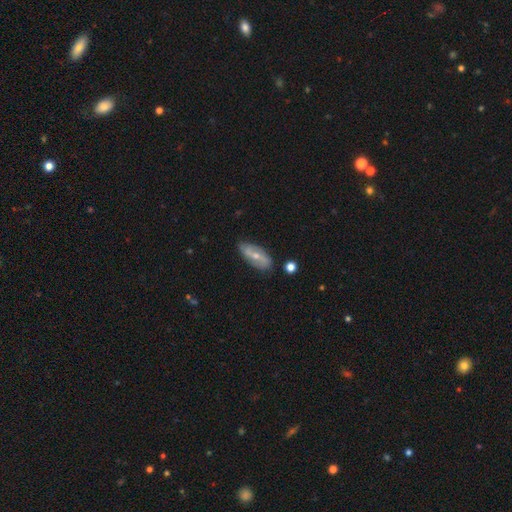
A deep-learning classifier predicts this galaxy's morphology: This is likely a featured or disk galaxy (62%). It is clearly not viewed edge-on (86%). Bar: marginally weak (38%). Spiral arm pattern: likely yes (75%). Central bulge: possibly small (51%). Merging: clearly none (81%).